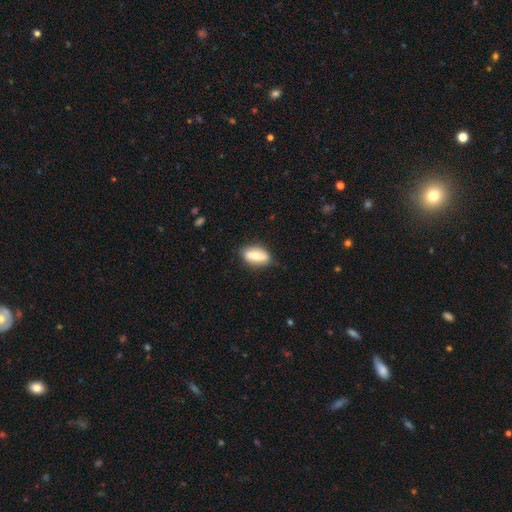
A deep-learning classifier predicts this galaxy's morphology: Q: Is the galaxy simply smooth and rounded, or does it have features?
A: smooth — 67%.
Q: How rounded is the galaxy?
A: in between — 77%.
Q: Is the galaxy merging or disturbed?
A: none — 78%.